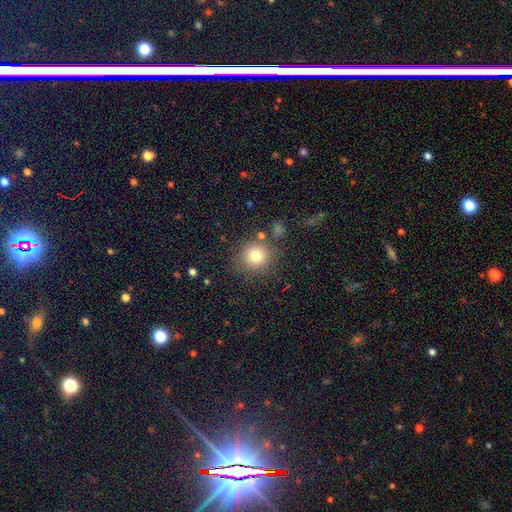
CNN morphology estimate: Smooth or featured? Predicted: smooth (p=0.77). How rounded? Predicted: round (p=0.88). Merging? Predicted: none (p=0.80).